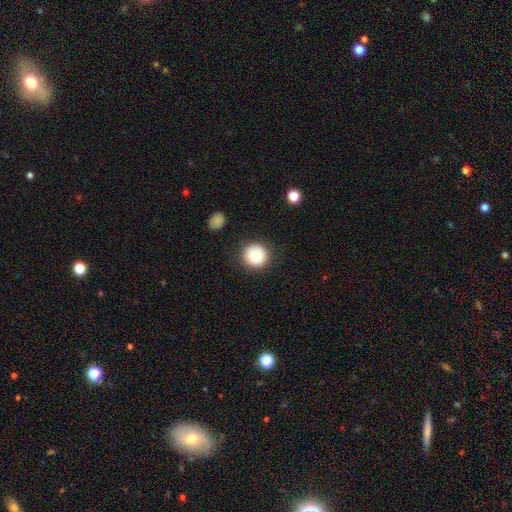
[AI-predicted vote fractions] A smooth galaxy with no disk features (86%) that is round (93%). Merging: none (86%).